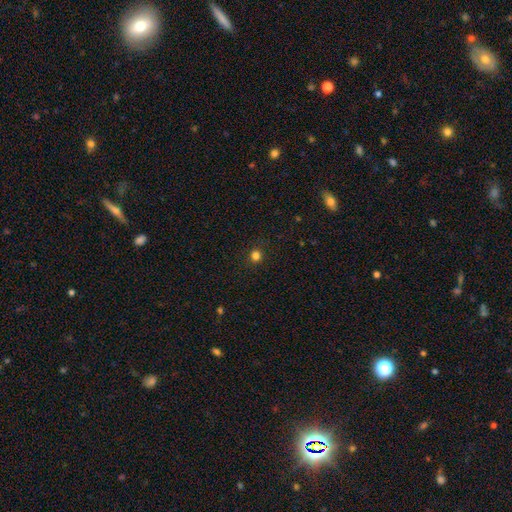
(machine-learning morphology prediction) smooth_or_featured: smooth (p=0.81) [alt: star or artifact p=0.15]
how_rounded: round (p=0.88) [alt: in between p=0.11]
merging: none (p=0.91) [alt: minor disturbance p=0.06]